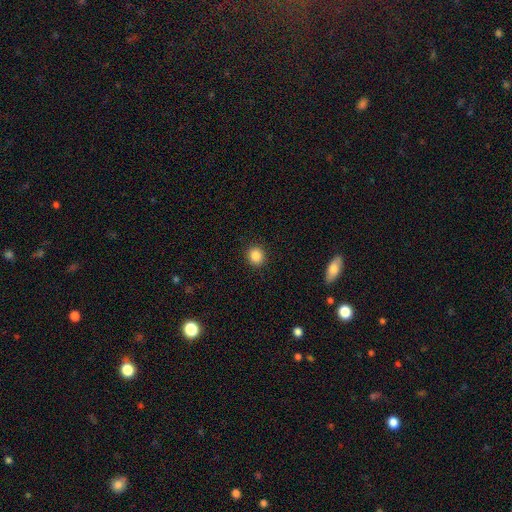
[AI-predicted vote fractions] Morphology: type=smooth (87%); roundness=round (83%); merging=none (91%).